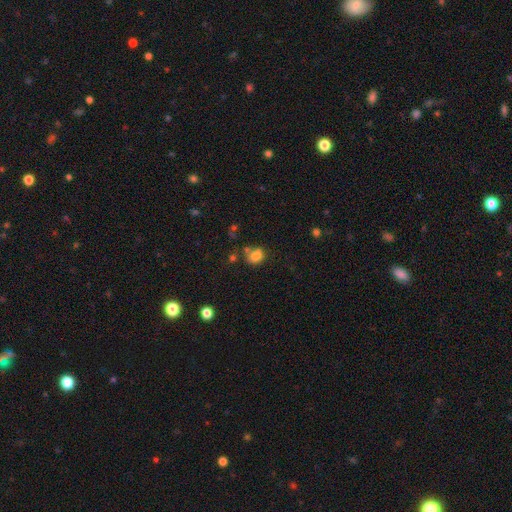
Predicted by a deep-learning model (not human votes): Morphology: type=smooth (79%); roundness=round (51%); merging=none (52%).